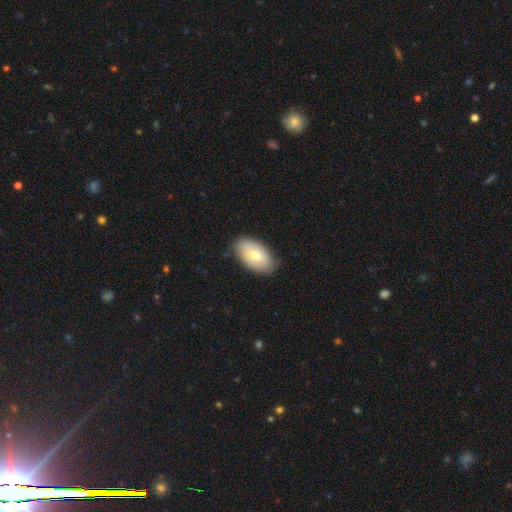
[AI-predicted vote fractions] The model was most divided on "smooth or featured": smooth: 62%, featured or disk: 32%, star or artifact: 6%. More confident: how rounded — in between (94%); merging — none (80%).